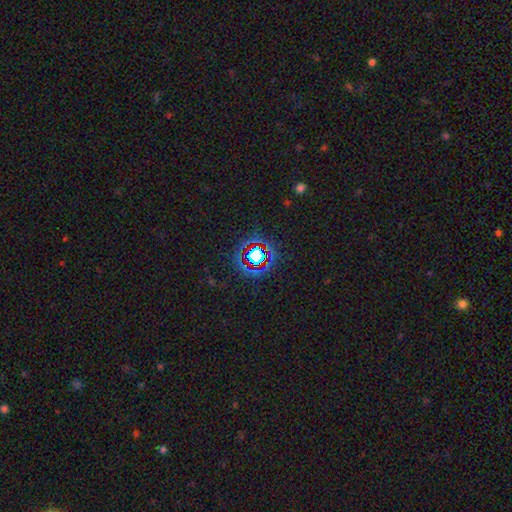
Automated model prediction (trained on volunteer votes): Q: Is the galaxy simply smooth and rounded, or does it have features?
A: star or artifact — 71%.